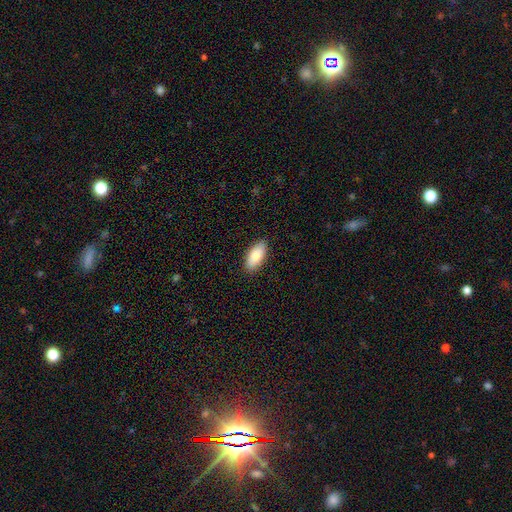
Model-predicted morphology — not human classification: A smooth galaxy with no disk features (84%) that is in between round and cigar-shaped (89%). Merging: none (88%).